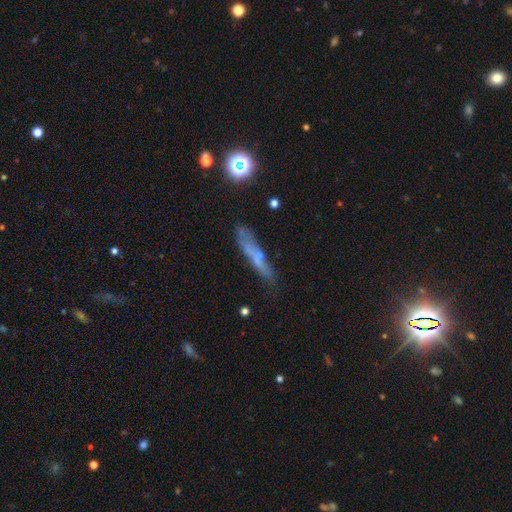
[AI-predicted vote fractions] smooth_or_featured: smooth (p=0.48) [alt: featured or disk p=0.37]
merging: none (p=0.62) [alt: minor disturbance p=0.22]